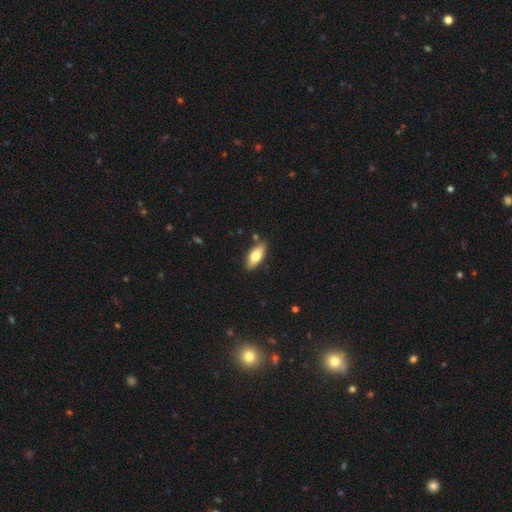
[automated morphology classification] A smooth galaxy with no disk features (73%) that is in between round and cigar-shaped (82%).

Vote fractions:
- Smooth or featured? smooth: 73% / featured or disk: 21% / star or artifact: 6%
- How rounded? in between: 82% / cigar-shaped: 15% / round: 2%
- Merging? none: 85% / minor disturbance: 10% / merger: 3% / major disturbance: 2%